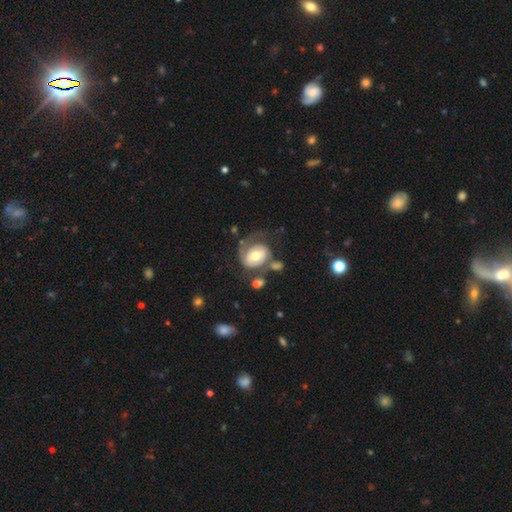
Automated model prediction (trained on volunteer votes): Smooth or featured: featured or disk — 68% (smooth — 26%)
Edge-on disk: no — 97% (yes — 3%)
Bar: no — 59% (weak — 30%)
Spiral arms: yes — 76% (no — 24%)
Spiral winding: tight — 52% (medium — 31%)
Spiral arm count: 2 — 49% (1 — 29%)
Bulge size: moderate — 72% (large — 14%)
Merging: none — 41% (major disturbance — 27%)